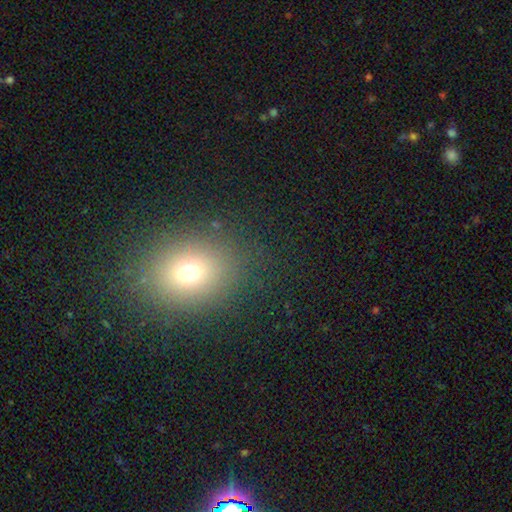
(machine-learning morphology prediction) Smooth or featured: smooth — 68% (star or artifact — 21%)
How rounded: in between — 50% (round — 49%)
Merging: none — 87% (minor disturbance — 8%)